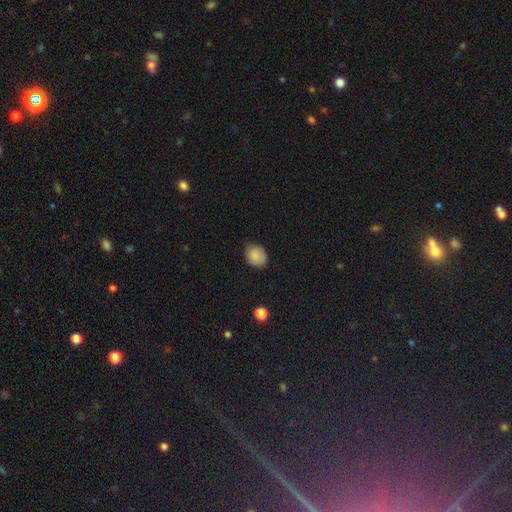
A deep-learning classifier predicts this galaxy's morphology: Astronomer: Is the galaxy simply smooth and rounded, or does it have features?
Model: smooth — 86%.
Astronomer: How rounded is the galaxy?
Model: round — 50% (runner-up: in between, 49%).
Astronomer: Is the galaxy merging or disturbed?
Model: none — 71%.